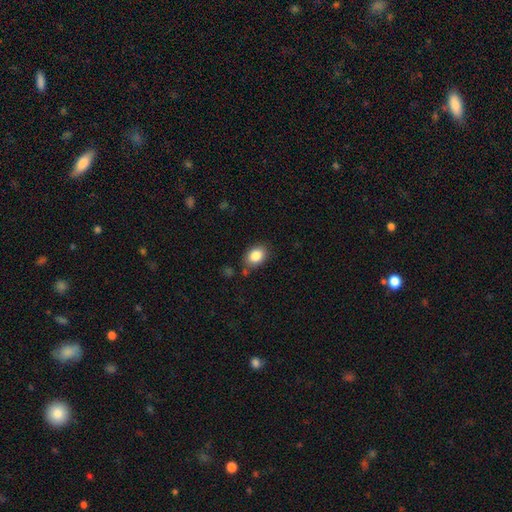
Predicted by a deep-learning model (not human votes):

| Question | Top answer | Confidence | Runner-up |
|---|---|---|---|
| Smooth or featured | smooth | 86% | star or artifact (8%) |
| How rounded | in between | 75% | round (24%) |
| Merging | none | 78% | minor disturbance (15%) |